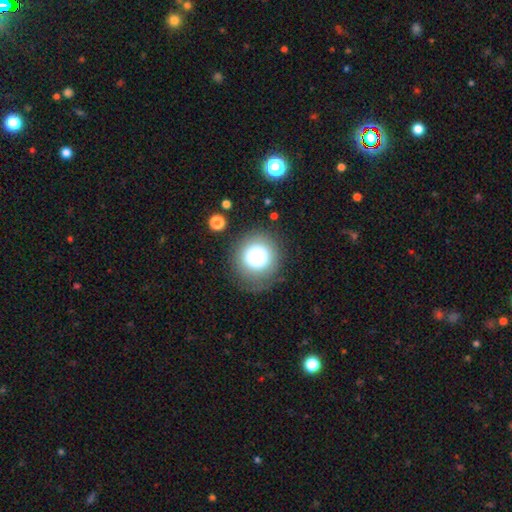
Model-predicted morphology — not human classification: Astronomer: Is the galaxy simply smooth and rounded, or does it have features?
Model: smooth — 78%.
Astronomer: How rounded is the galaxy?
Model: round — 93%.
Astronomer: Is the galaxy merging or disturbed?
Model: none — 80%.